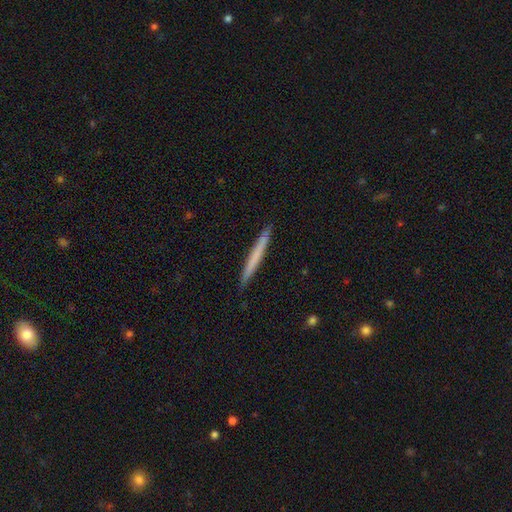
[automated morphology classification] A smooth galaxy with no disk features (61%) that is cigar-shaped (97%).

Vote fractions:
- Smooth or featured? smooth: 61% / featured or disk: 33% / star or artifact: 5%
- How rounded? cigar-shaped: 97% / in between: 2% / round: 1%
- Merging? none: 91% / minor disturbance: 6% / major disturbance: 1% / merger: 1%